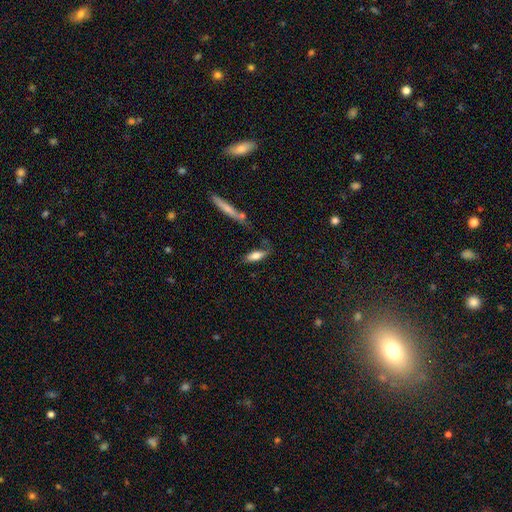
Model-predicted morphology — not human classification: smooth 73%, featured or disk 21%, star or artifact 6%. Down the decision tree: how rounded — in between (57%); merging — none (70%).